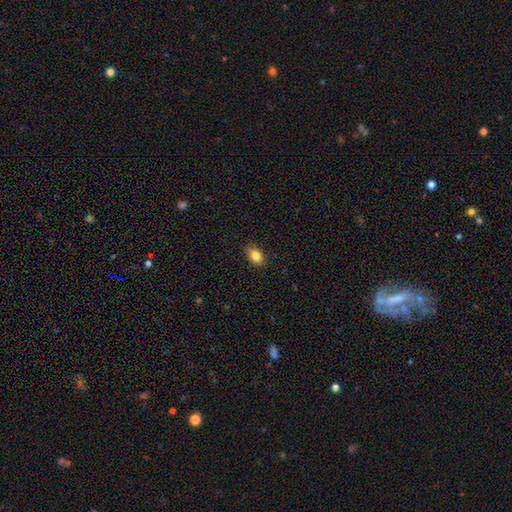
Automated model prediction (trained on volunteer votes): smooth 85%, star or artifact 9%, featured or disk 7%. Down the decision tree: how rounded — in between (83%); merging — none (87%).